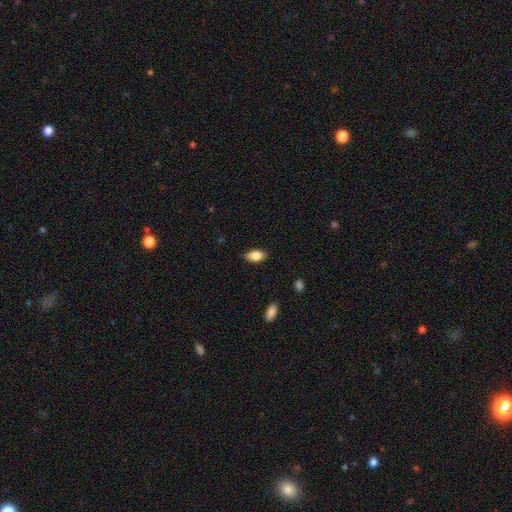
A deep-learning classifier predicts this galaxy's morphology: This appears to be a smooth galaxy with no disk features (79%) that is in between round and cigar-shaped (89%). Merging: none (83%).